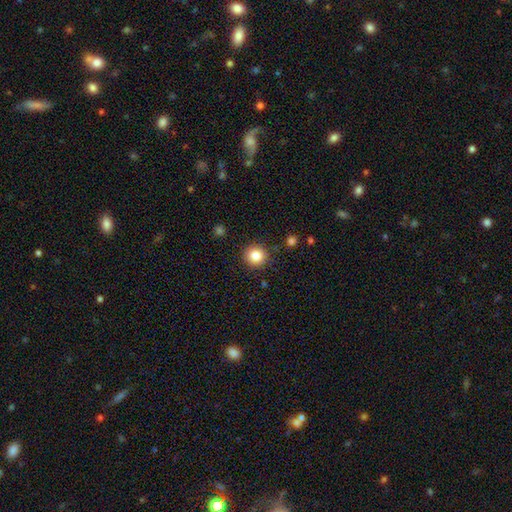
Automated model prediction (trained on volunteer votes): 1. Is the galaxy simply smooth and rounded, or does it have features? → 83% smooth, 11% star or artifact, 6% featured or disk.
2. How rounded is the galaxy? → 93% round, 6% in between, 1% cigar-shaped.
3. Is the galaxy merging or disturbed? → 90% none, 7% minor disturbance, 2% major disturbance, 2% merger.